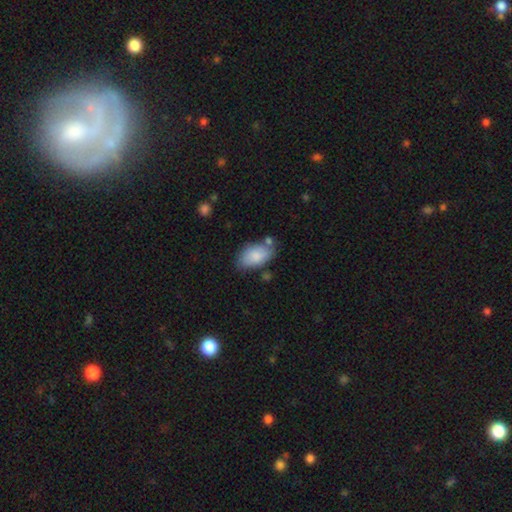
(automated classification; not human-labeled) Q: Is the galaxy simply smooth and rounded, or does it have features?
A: smooth — 81%.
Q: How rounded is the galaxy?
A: in between — 94%.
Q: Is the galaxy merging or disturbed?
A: none — 60%.